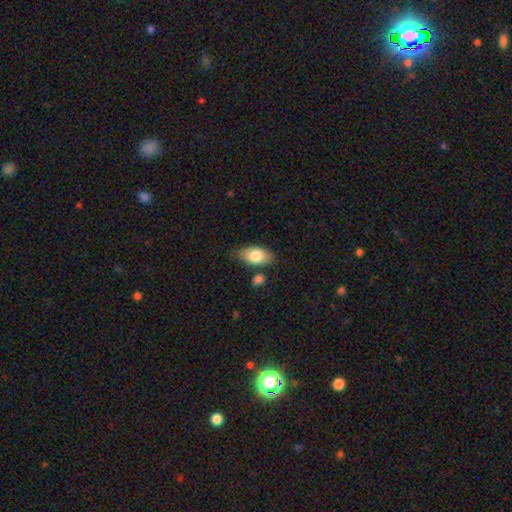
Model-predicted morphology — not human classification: Smooth or featured: smooth — 78% (featured or disk — 16%)
How rounded: in between — 91% (round — 5%)
Merging: none — 73% (minor disturbance — 17%)